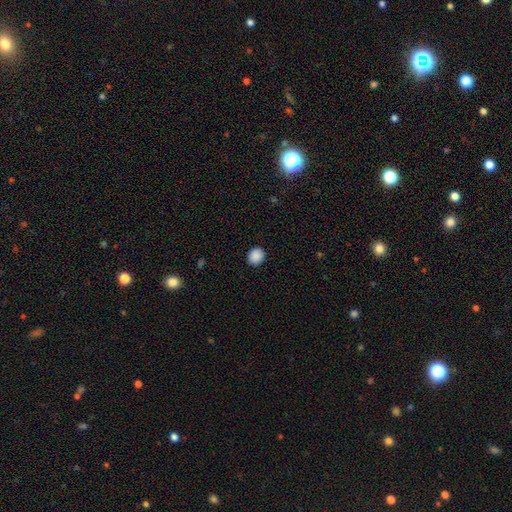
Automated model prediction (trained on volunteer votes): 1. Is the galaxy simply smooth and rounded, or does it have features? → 89% smooth, 9% star or artifact, 3% featured or disk.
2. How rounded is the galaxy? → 77% round, 22% in between, 1% cigar-shaped.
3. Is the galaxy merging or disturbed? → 90% none, 7% minor disturbance, 2% major disturbance, 1% merger.